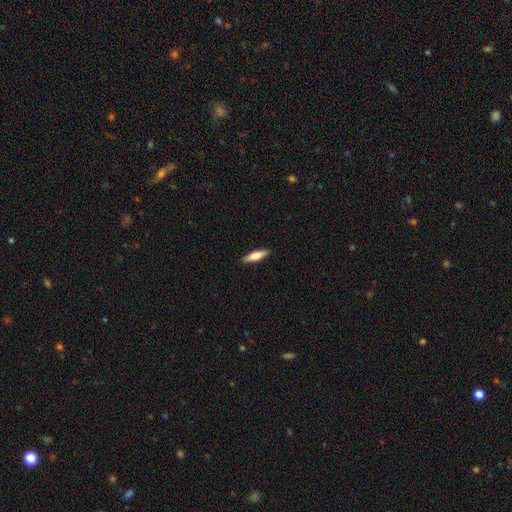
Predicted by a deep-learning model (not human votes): Smooth or featured? smooth (65%)
How rounded? cigar-shaped (66%)
Merging? none (90%)